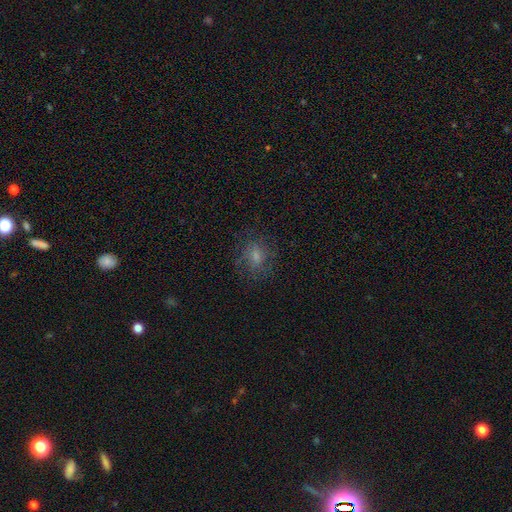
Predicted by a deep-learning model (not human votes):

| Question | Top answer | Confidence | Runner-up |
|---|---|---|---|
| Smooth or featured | smooth | 45% | featured or disk (32%) |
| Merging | none | 75% | minor disturbance (15%) |